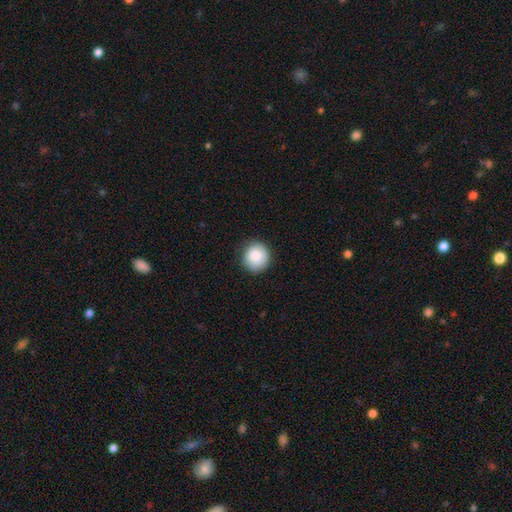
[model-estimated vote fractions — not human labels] Smooth or featured: smooth — 85% (star or artifact — 8%)
How rounded: round — 91% (in between — 8%)
Merging: none — 87% (minor disturbance — 10%)